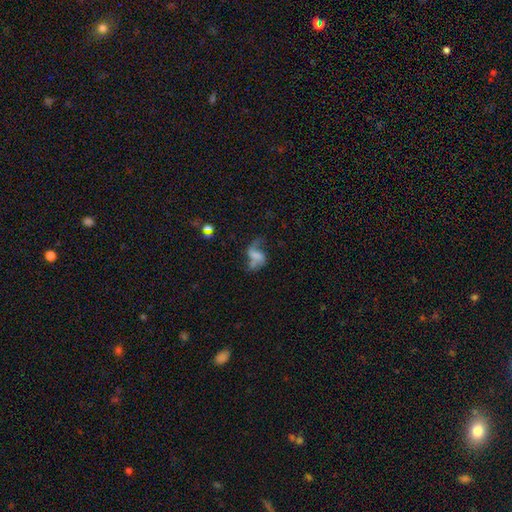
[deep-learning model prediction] Overall: featured or disk (57%; smooth 30%). Edge-on disk: no (96%). Bar: no (46%; weak 35%). Spiral arms: yes (68%; no 32%). Bulge size: none (55%; small 20%). Merging: major disturbance (36%; none 33%).